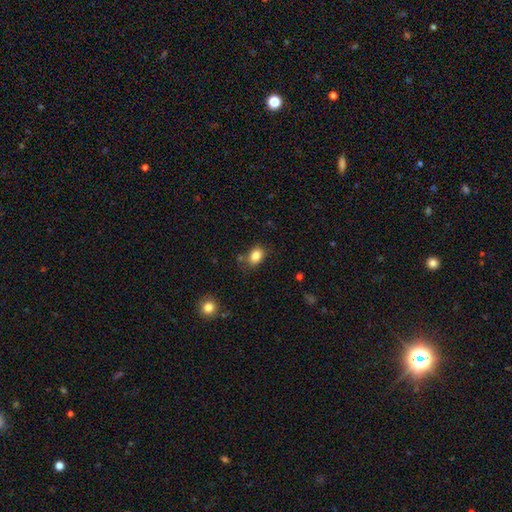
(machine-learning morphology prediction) The model was most divided on "how rounded": in between: 73%, round: 25%, cigar-shaped: 1%. More confident: smooth or featured — smooth (84%); merging — none (74%).